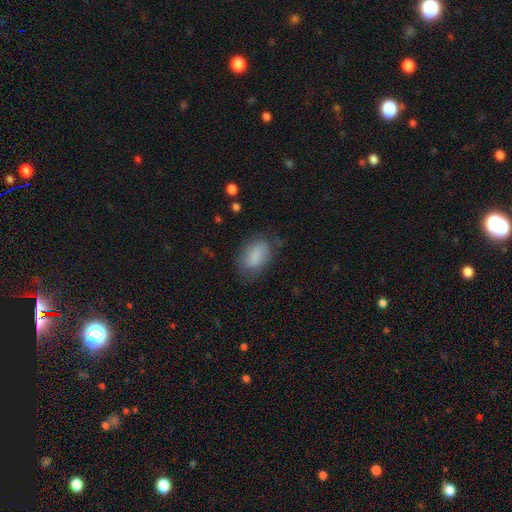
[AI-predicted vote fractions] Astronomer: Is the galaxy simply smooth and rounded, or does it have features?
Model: smooth — 81%.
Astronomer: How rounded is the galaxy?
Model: in between — 89%.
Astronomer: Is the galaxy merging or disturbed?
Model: none — 67%.